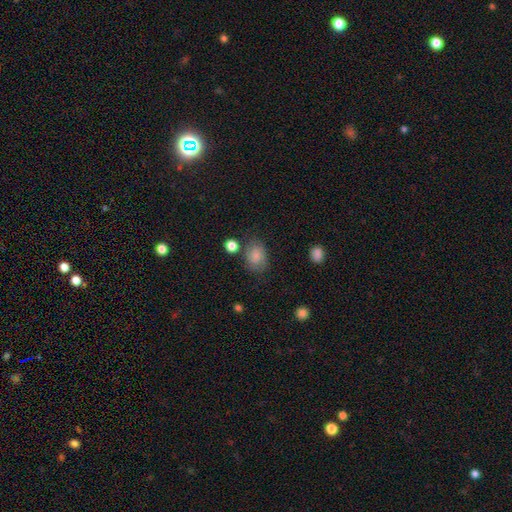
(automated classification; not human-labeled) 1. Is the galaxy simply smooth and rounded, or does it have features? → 73% smooth, 17% featured or disk, 10% star or artifact.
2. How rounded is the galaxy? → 63% in between, 36% round, 1% cigar-shaped.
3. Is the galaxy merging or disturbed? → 66% none, 21% minor disturbance, 8% major disturbance, 5% merger.